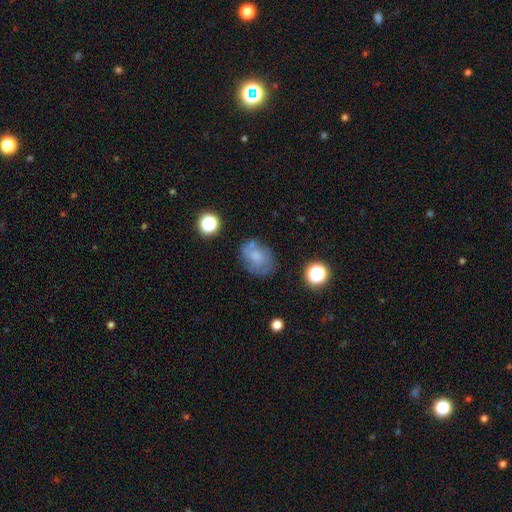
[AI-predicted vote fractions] This is possibly a smooth galaxy (60%). How rounded: likely in between (70%). Merging: possibly none (59%).